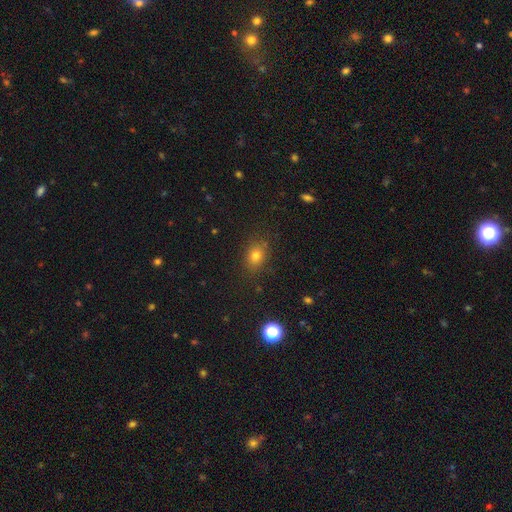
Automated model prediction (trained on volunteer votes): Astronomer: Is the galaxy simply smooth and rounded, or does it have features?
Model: smooth — 76%.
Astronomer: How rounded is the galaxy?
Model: in between — 64%.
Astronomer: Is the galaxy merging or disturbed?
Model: none — 82%.